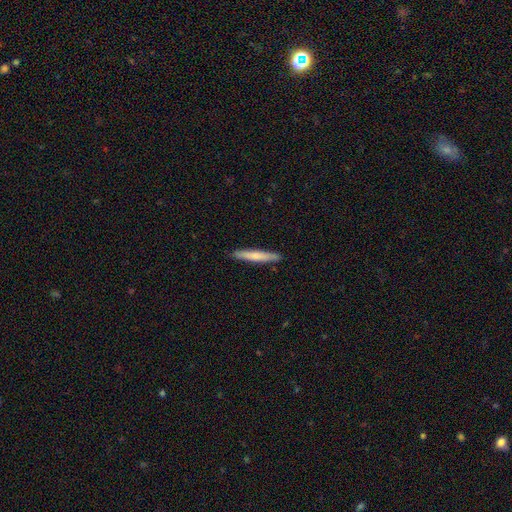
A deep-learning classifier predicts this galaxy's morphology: This appears to be a smooth galaxy with no disk features (68%) that is cigar-shaped (95%). Merging: none (90%).